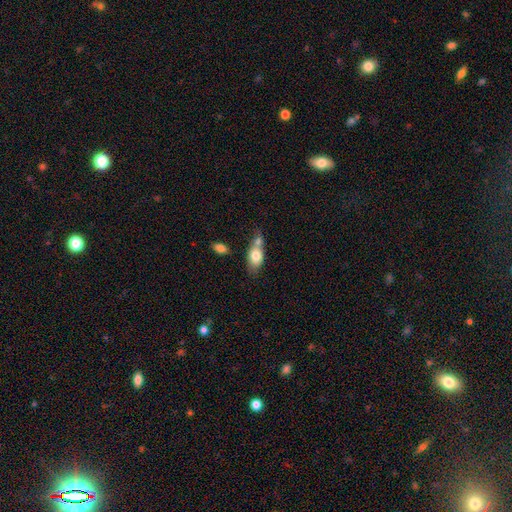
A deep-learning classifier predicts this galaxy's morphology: The model was most divided on "merging": merger: 47%, none: 33%, minor disturbance: 14%, major disturbance: 6%. More confident: how rounded — in between (81%); smooth or featured — smooth (76%).